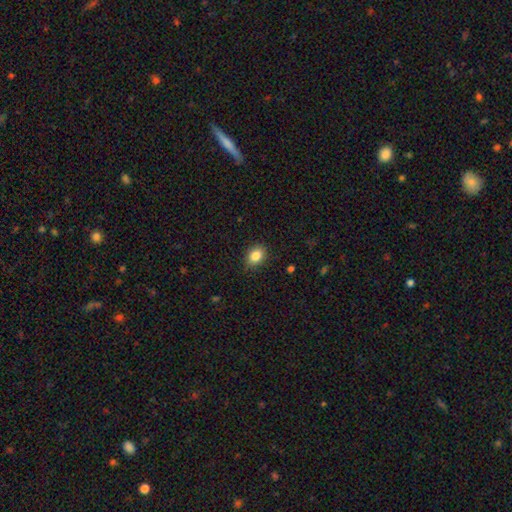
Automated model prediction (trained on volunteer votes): smooth_or_featured: smooth (p=0.85) [alt: star or artifact p=0.09]
how_rounded: in between (p=0.64) [alt: round p=0.35]
merging: none (p=0.86) [alt: minor disturbance p=0.11]